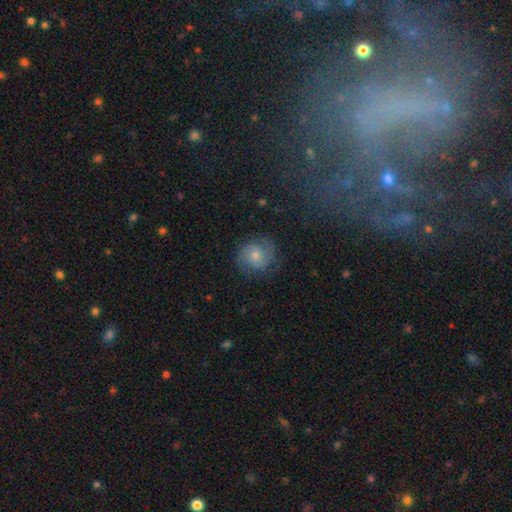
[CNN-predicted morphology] This is possibly a smooth galaxy (49%). Merging: likely none (70%).